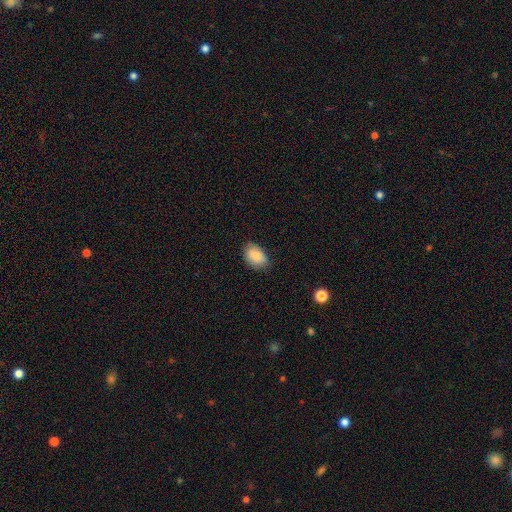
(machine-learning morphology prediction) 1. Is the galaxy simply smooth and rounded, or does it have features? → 88% smooth, 7% star or artifact, 5% featured or disk.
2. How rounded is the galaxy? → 88% in between, 11% round, 1% cigar-shaped.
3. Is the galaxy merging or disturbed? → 76% none, 20% minor disturbance, 3% major disturbance, 1% merger.